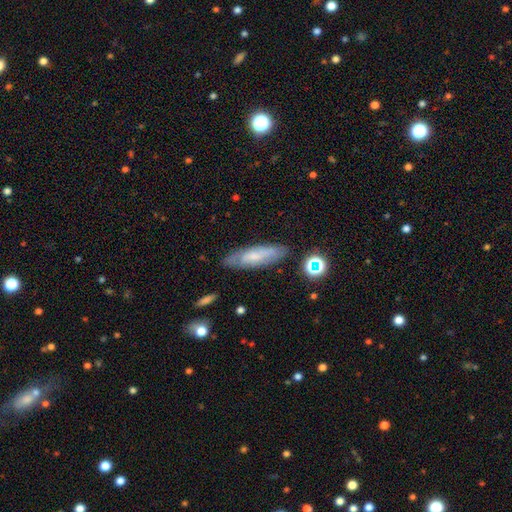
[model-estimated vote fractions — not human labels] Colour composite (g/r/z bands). It shows a featured or disk galaxy (46%). Merging: none (78%).